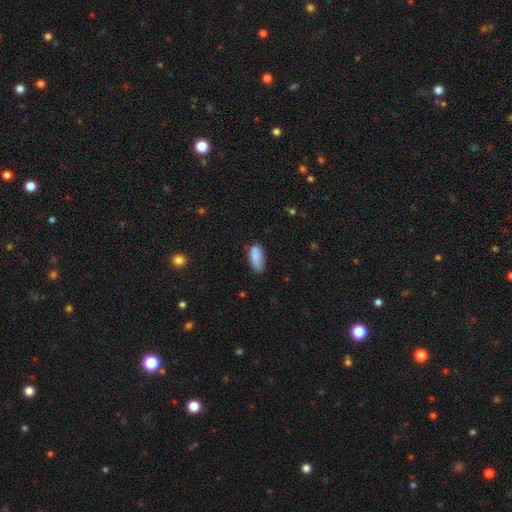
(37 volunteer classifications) Overall: smooth (89%). How rounded: in between (85%). Merging: none (66%).